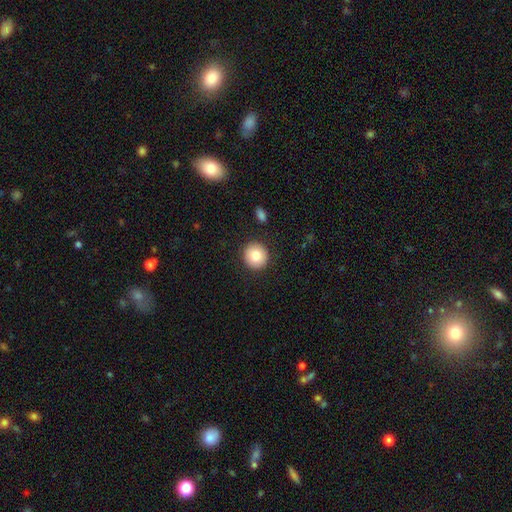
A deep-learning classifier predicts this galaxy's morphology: Smooth or featured? Predicted: smooth (p=0.82). How rounded? Predicted: round (p=0.91). Merging? Predicted: none (p=0.89).